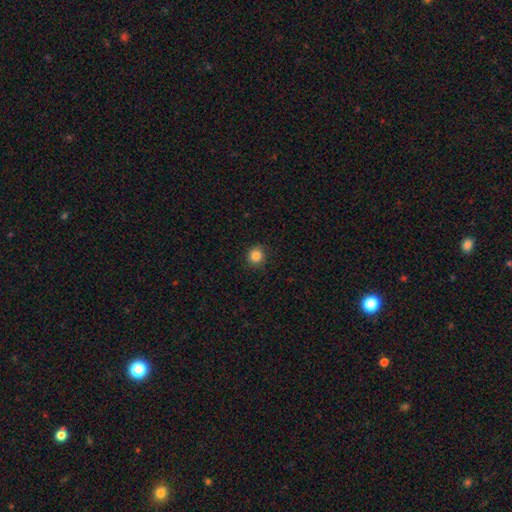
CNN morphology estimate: Smooth or featured?
  - smooth: 85% *
  - star or artifact: 11%
  - featured or disk: 4%
How rounded?
  - round: 90% *
  - in between: 9%
  - cigar-shaped: 1%
Merging?
  - none: 88% *
  - minor disturbance: 9%
  - major disturbance: 2%
  - merger: 1%